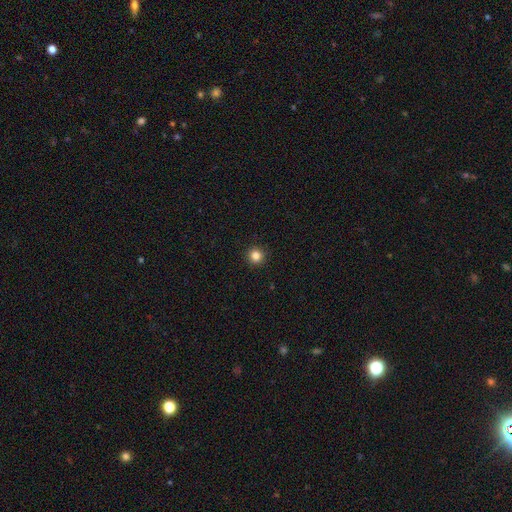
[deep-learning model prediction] A smooth galaxy with no disk features (83%) that is round (96%).

Vote fractions:
- Smooth or featured? smooth: 83% / star or artifact: 12% / featured or disk: 4%
- How rounded? round: 96% / in between: 3% / cigar-shaped: 1%
- Merging? none: 93% / minor disturbance: 4% / major disturbance: 1% / merger: 1%